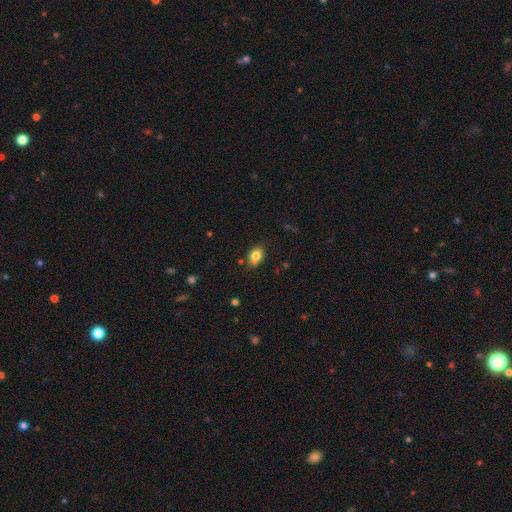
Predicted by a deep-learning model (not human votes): Smooth or featured? Predicted: smooth (p=0.84). How rounded? Predicted: in between (p=0.74). Merging? Predicted: none (p=0.79).